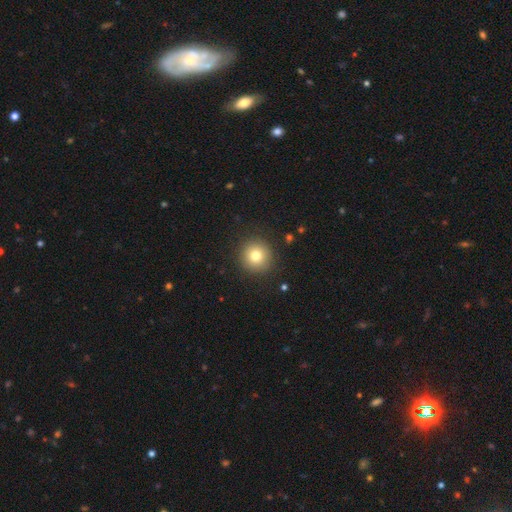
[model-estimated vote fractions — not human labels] smooth 78%, star or artifact 12%, featured or disk 10%. Down the decision tree: how rounded — round (95%); merging — none (91%).